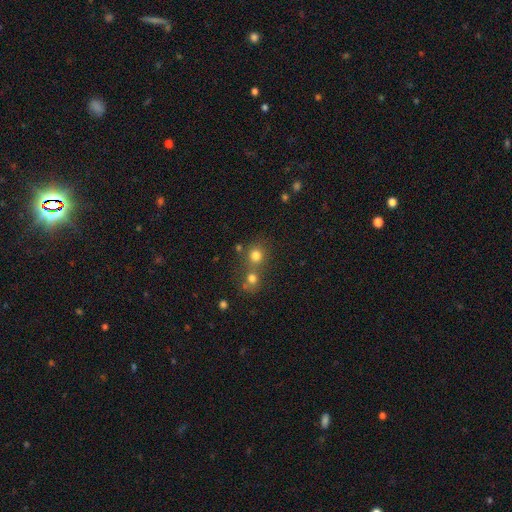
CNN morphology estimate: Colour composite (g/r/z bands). It shows a smooth galaxy with no disk features (76%) that is round (85%). Merging: none (54%).